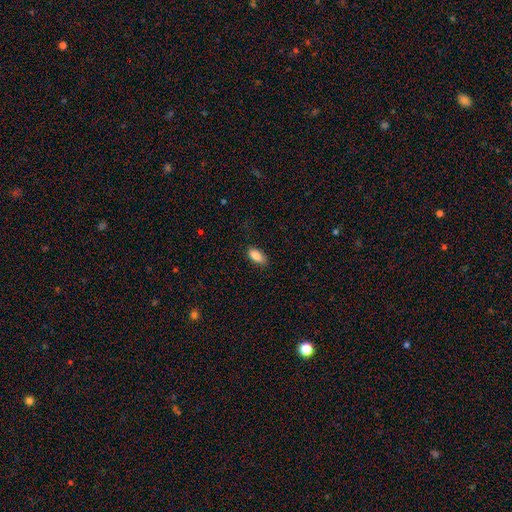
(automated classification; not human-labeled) Overall: smooth (87%). How rounded: in between (87%). Merging: none (81%).